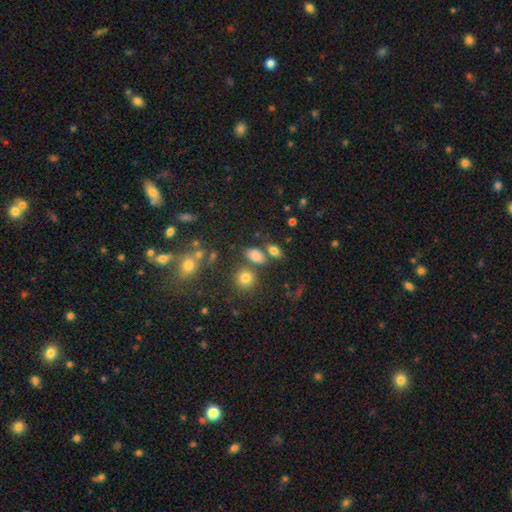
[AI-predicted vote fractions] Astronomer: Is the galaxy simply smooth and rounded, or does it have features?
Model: smooth — 79%.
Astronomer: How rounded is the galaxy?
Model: in between — 83%.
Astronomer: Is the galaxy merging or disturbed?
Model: none — 65%.